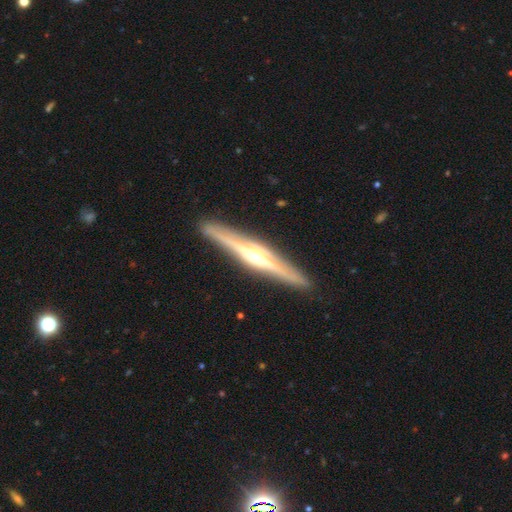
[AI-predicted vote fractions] The model was most divided on "smooth or featured": featured or disk: 79%, smooth: 16%, star or artifact: 5%. More confident: edge-on disk — yes (96%); edge-on bulge — rounded (92%); merging — none (90%).